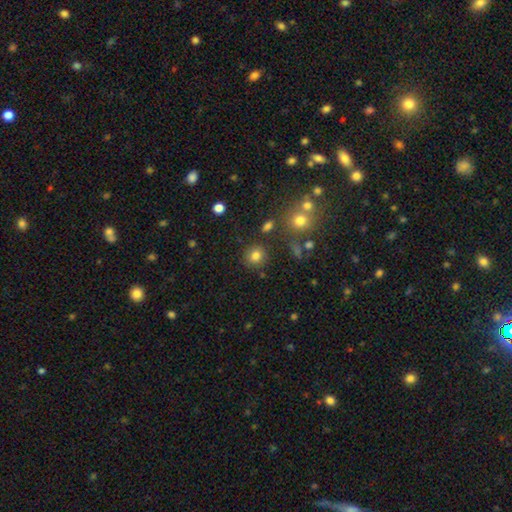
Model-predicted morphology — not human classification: Smooth or featured? smooth (80%)
How rounded? round (88%)
Merging? none (85%)